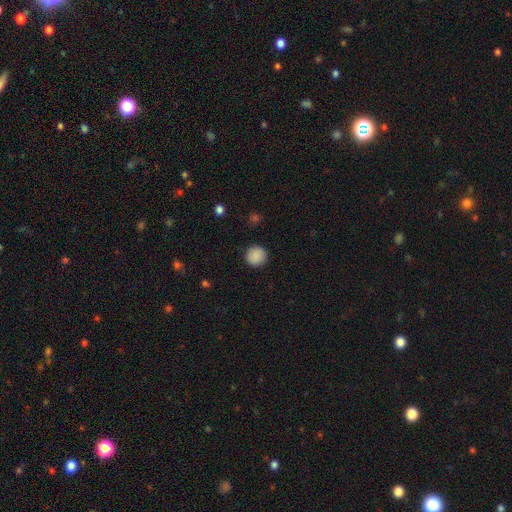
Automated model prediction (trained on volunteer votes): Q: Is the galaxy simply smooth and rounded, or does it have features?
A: smooth — 89%.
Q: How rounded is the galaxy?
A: round — 95%.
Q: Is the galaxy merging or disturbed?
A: none — 91%.